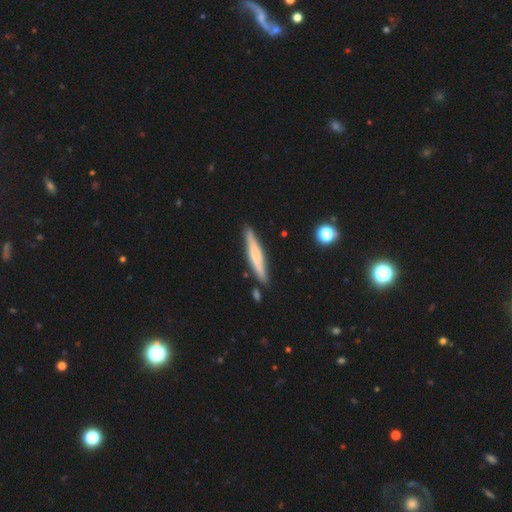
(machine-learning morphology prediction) smooth 48%, featured or disk 46%, star or artifact 6%. Down the decision tree: merging — none (85%).